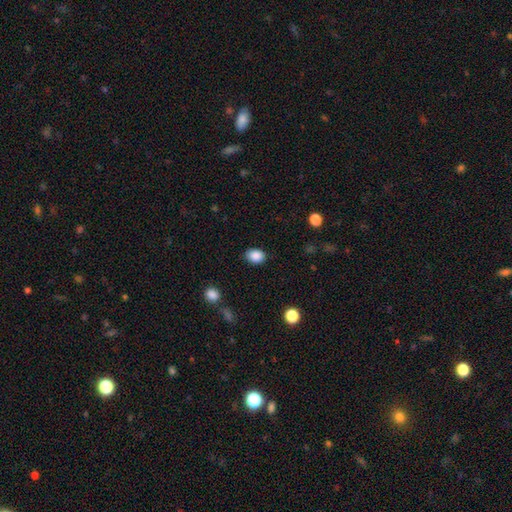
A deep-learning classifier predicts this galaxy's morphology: Smooth or featured? Predicted: smooth (p=0.88). How rounded? Predicted: in between (p=0.70). Merging? Predicted: none (p=0.85).